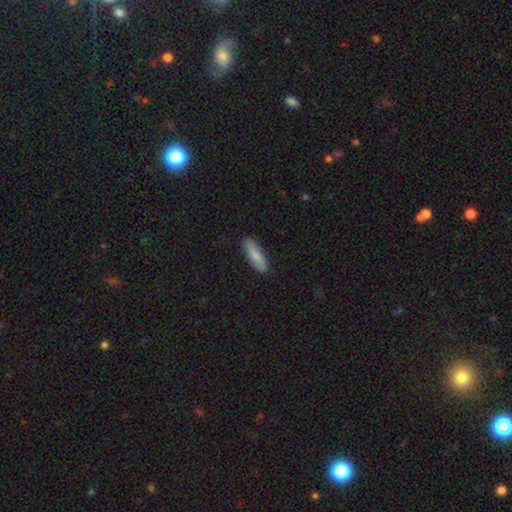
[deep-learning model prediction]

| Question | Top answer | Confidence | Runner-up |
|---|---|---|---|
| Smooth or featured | smooth | 82% | featured or disk (12%) |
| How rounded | cigar-shaped | 59% | in between (39%) |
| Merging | none | 87% | minor disturbance (10%) |